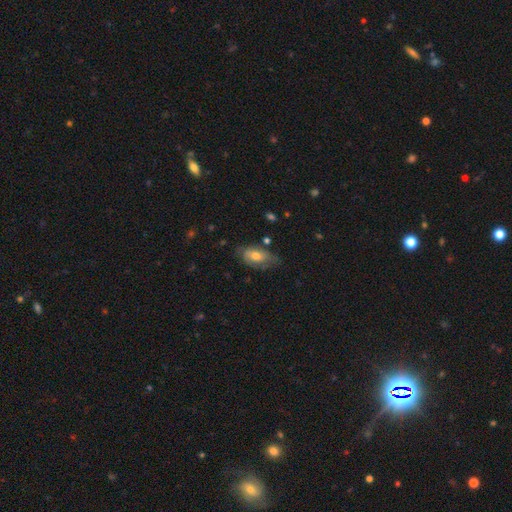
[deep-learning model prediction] Smooth or featured: smooth — 58% (featured or disk — 35%)
How rounded: in between — 89% (round — 6%)
Merging: none — 53% (minor disturbance — 32%)